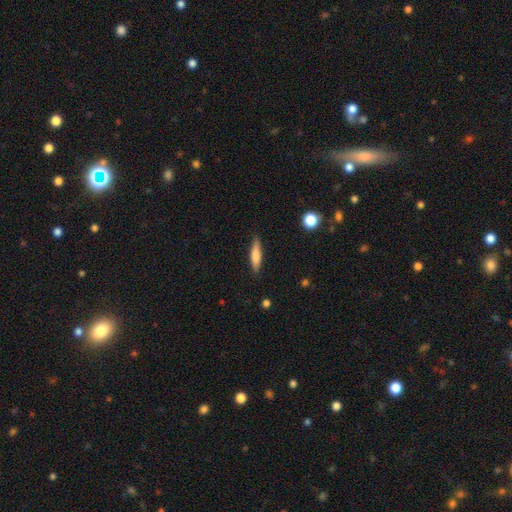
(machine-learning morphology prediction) Smooth or featured?
  - smooth: 69% *
  - featured or disk: 25%
  - star or artifact: 6%
How rounded?
  - cigar-shaped: 81% *
  - in between: 17%
  - round: 2%
Merging?
  - none: 86% *
  - minor disturbance: 11%
  - major disturbance: 2%
  - merger: 1%